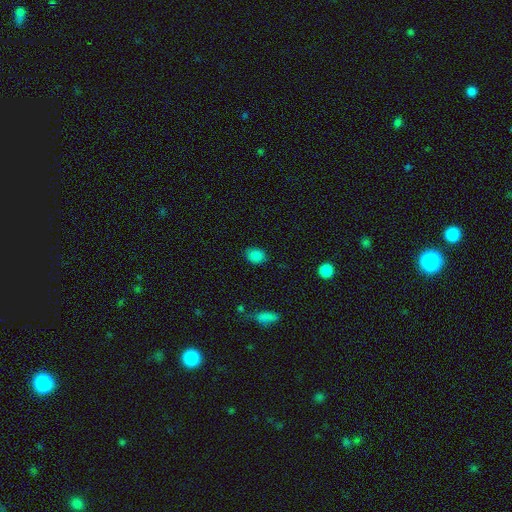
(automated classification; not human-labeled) smooth-or-featured: smooth: 84% | star or artifact: 12% | featured or disk: 4%
  how-rounded: in between: 60% | round: 39% | cigar-shaped: 1%
  merging: none: 83% | minor disturbance: 12% | major disturbance: 3% | merger: 2%